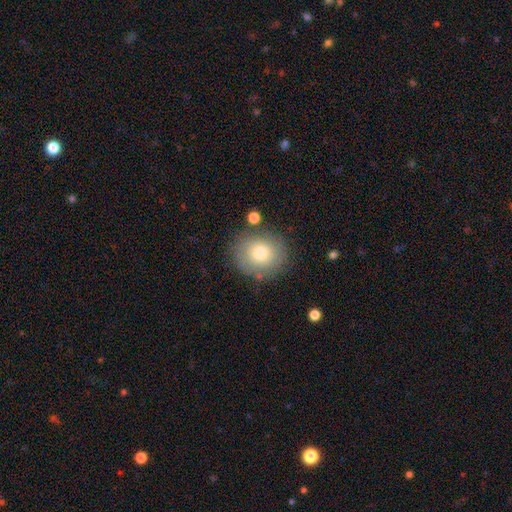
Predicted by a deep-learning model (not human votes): This appears to be a smooth galaxy with no disk features (73%) that is round (84%). Merging: none (79%).